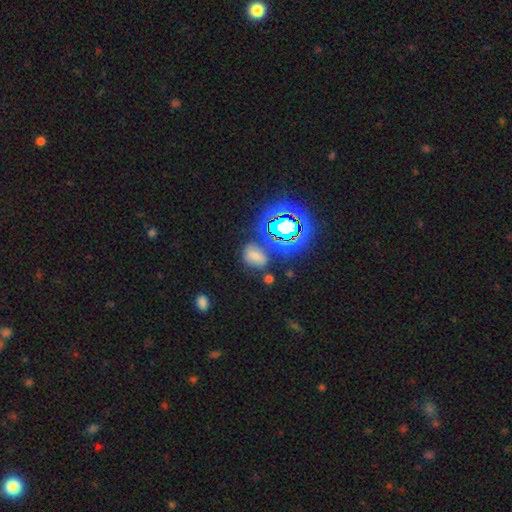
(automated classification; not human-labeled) A smooth galaxy with no disk features (51%) that is in between round and cigar-shaped (71%).

Vote fractions:
- Smooth or featured? smooth: 51% / star or artifact: 33% / featured or disk: 16%
- How rounded? in between: 71% / round: 27% / cigar-shaped: 2%
- Merging? none: 66% / minor disturbance: 19% / major disturbance: 8% / merger: 7%